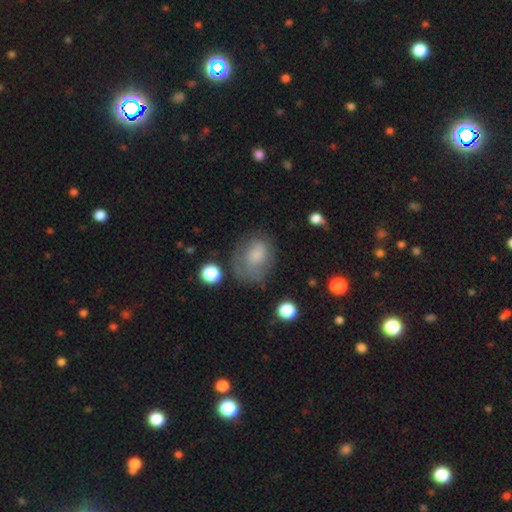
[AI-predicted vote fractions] Smooth or featured: smooth — 62% (featured or disk — 28%)
How rounded: in between — 62% (round — 37%)
Merging: none — 49% (minor disturbance — 28%)